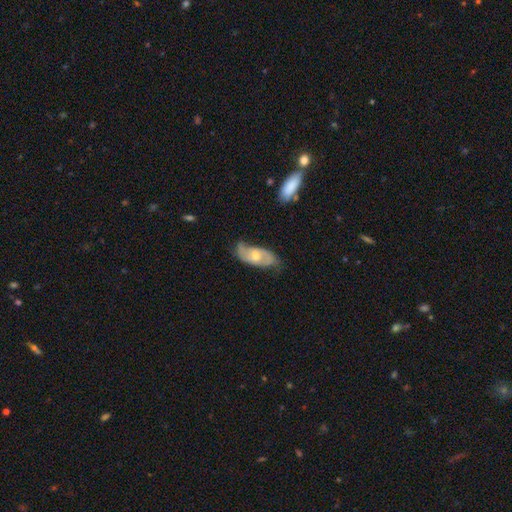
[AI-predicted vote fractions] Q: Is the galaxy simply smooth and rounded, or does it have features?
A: featured or disk — 62%.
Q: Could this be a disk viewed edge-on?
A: no — 91%.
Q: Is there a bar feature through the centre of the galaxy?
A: no — 57%.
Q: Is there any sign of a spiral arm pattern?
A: yes — 82%.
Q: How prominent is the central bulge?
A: moderate — 61%.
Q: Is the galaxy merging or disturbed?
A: none — 60%.